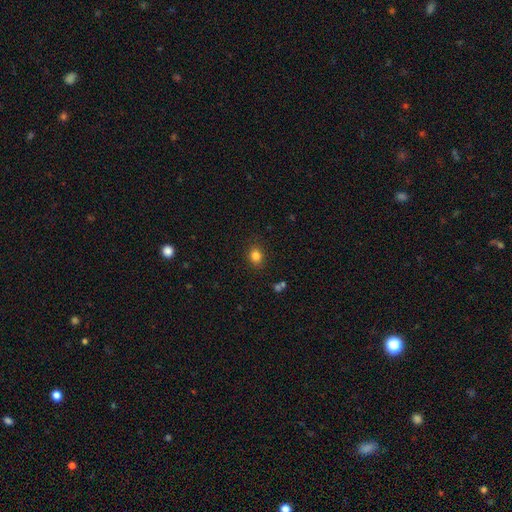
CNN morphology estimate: This is clearly a smooth galaxy (83%). How rounded: possibly round (57%). Merging: clearly none (87%).